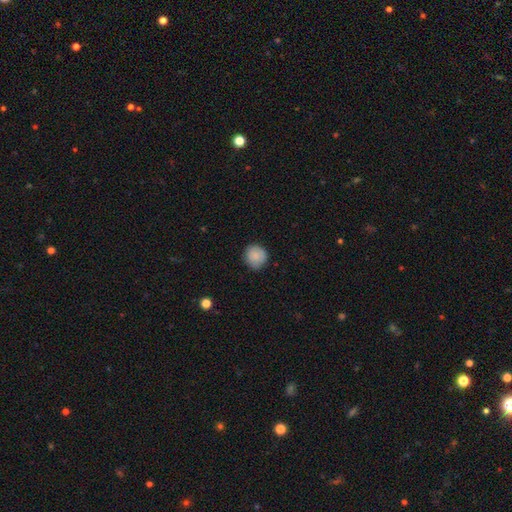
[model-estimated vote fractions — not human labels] The model was most divided on "merging": none: 83%, minor disturbance: 14%, major disturbance: 2%, merger: 1%. More confident: how rounded — round (90%); smooth or featured — smooth (86%).